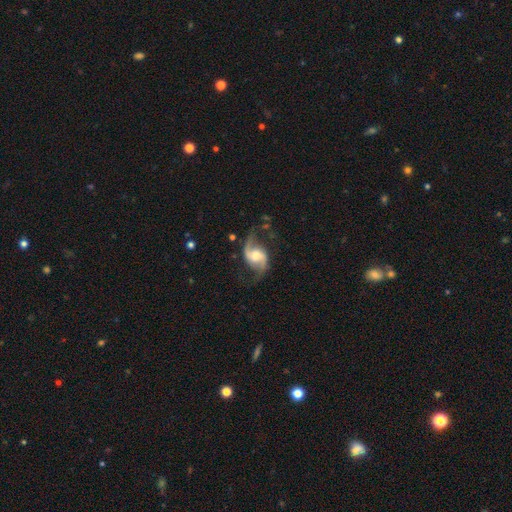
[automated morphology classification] Q: Smooth or featured?
A: featured or disk (88%); runner-up: smooth (7%)
Q: Edge-on disk?
A: no (98%); runner-up: yes (2%)
Q: Bar?
A: no (45%); runner-up: weak (42%)
Q: Spiral arms?
A: yes (97%); runner-up: no (3%)
Q: Spiral winding?
A: loose (60%); runner-up: medium (34%)
Q: Spiral arm count?
A: 2 (93%); runner-up: 1 (2%)
Q: Bulge size?
A: moderate (52%); runner-up: small (21%)
Q: Merging?
A: none (70%); runner-up: minor disturbance (18%)